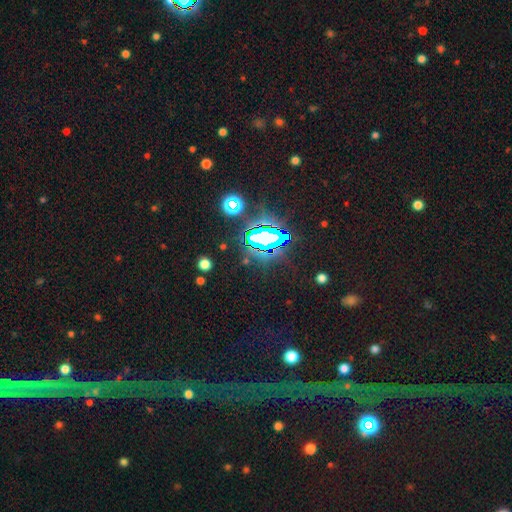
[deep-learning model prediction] Morphology: type=star or artifact (81%).